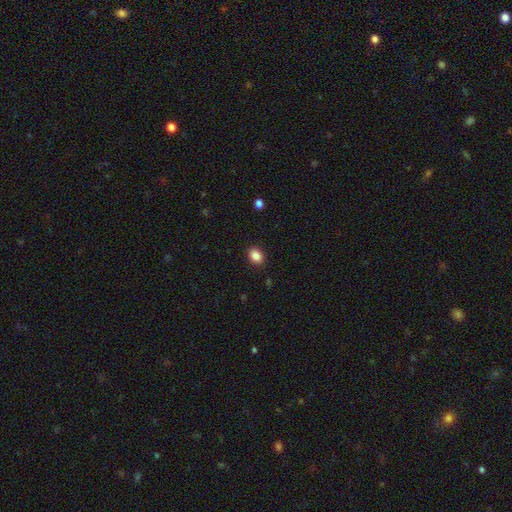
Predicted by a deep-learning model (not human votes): Smooth or featured? smooth (86%)
How rounded? in between (60%)
Merging? none (90%)